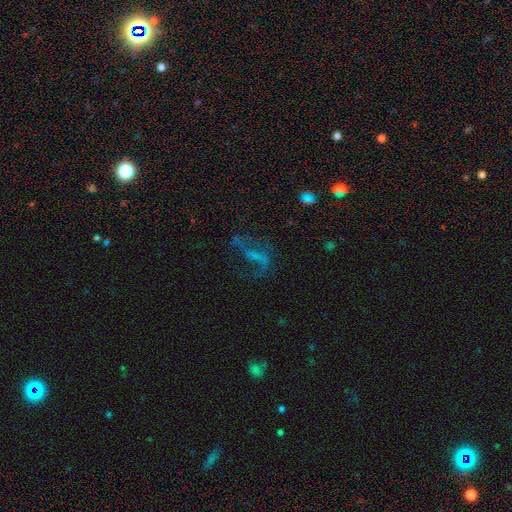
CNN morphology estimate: A featured or disk galaxy (57%) with a strong bar (36%), spiral arms (61%) and no central bulge (68%). Merging: none (47%).